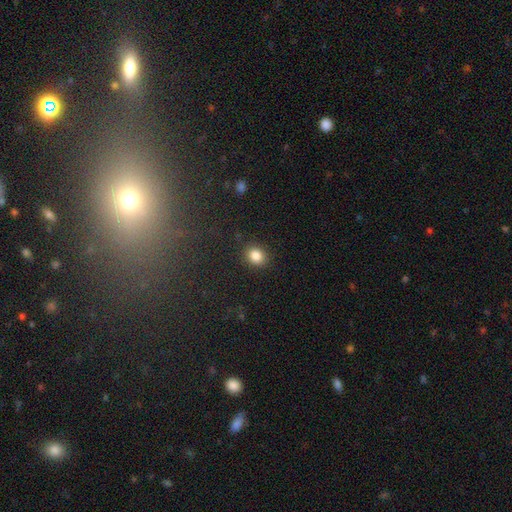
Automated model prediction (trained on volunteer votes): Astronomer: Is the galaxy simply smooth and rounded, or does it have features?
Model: smooth — 85%.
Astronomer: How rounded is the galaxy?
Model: round — 60% (runner-up: in between, 39%).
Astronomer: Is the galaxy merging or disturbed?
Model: none — 87%.